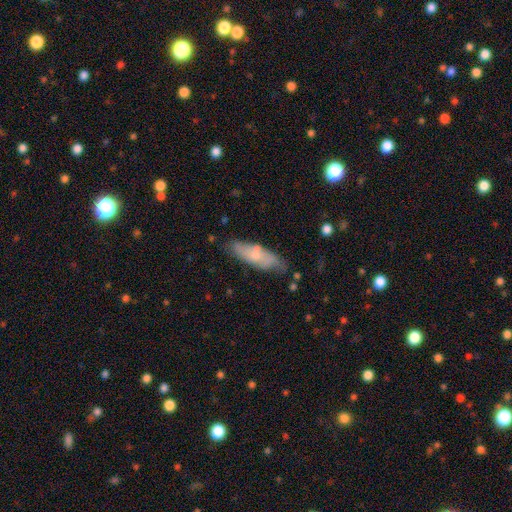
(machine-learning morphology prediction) smooth 61%, featured or disk 33%, star or artifact 6%. Down the decision tree: how rounded — cigar-shaped (55%); merging — none (73%).